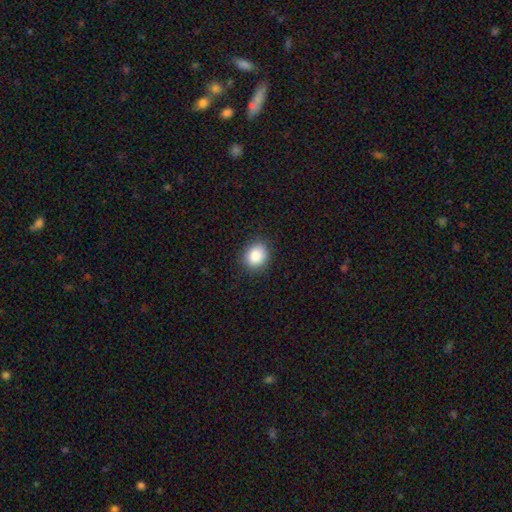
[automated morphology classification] Smooth or featured?
  - smooth: 87% *
  - star or artifact: 9%
  - featured or disk: 4%
How rounded?
  - round: 62% *
  - in between: 37%
  - cigar-shaped: 1%
Merging?
  - none: 86% *
  - minor disturbance: 10%
  - major disturbance: 2%
  - merger: 1%